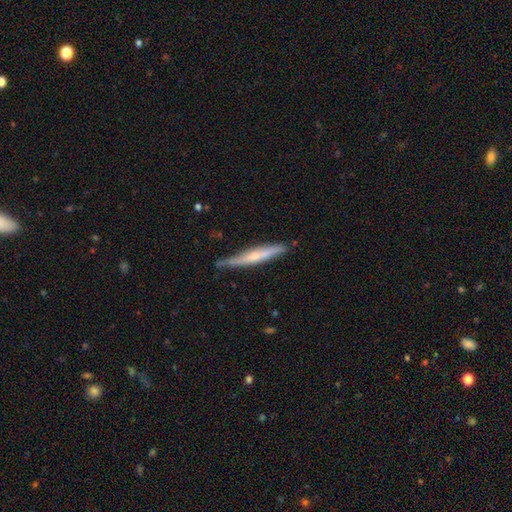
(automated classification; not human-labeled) Smooth or featured? featured or disk (52%)
Edge-on disk? yes (94%)
Merging? none (77%)